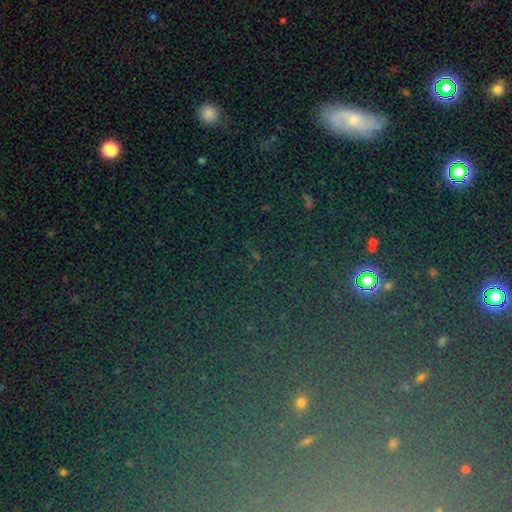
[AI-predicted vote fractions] smooth_or_featured: star or artifact (p=0.61) [alt: smooth p=0.24]